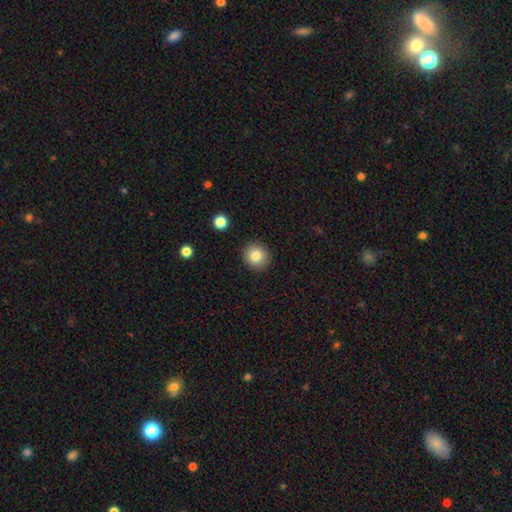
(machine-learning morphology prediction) Smooth or featured? smooth (83%)
How rounded? round (86%)
Merging? none (90%)